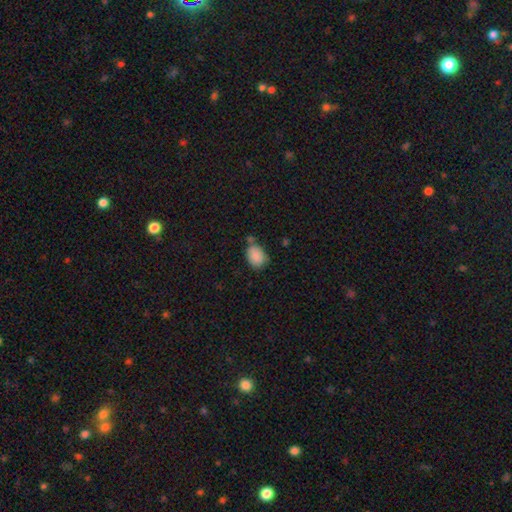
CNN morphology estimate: This appears to be a smooth galaxy with no disk features (88%) that is in between round and cigar-shaped (72%). Merging: none (62%).